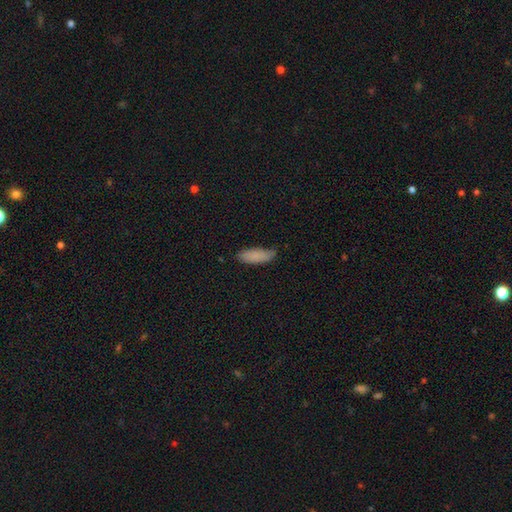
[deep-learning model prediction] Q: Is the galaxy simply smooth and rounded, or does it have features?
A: smooth — 84%.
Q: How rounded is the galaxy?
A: in between — 67%.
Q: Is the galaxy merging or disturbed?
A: none — 68%.